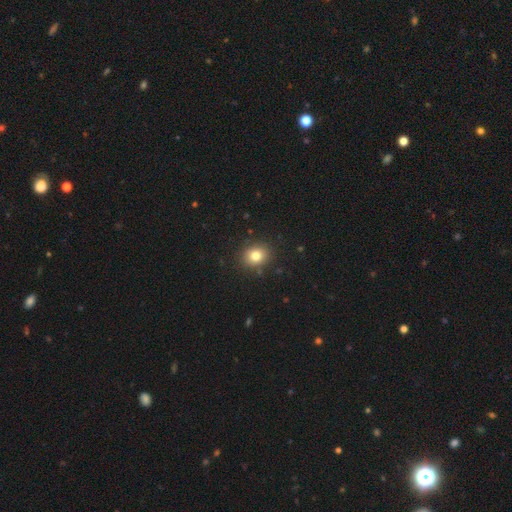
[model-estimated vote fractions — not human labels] Smooth or featured?
  - smooth: 80% *
  - star or artifact: 12%
  - featured or disk: 8%
How rounded?
  - round: 70% *
  - in between: 30%
  - cigar-shaped: 1%
Merging?
  - none: 88% *
  - minor disturbance: 8%
  - major disturbance: 2%
  - merger: 1%